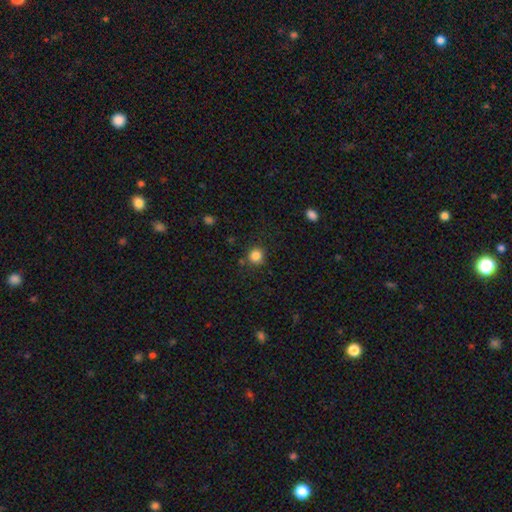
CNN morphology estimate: Smooth or featured? Predicted: smooth (p=0.84). How rounded? Predicted: round (p=0.92). Merging? Predicted: none (p=0.84).